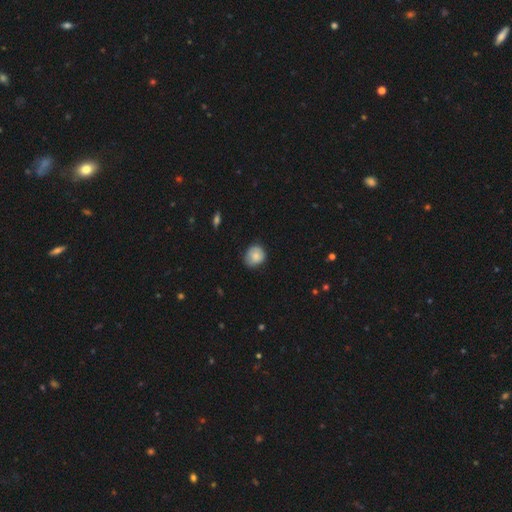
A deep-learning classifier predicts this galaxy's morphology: This appears to be a smooth galaxy with no disk features (82%) that is round (72%). Merging: none (67%).